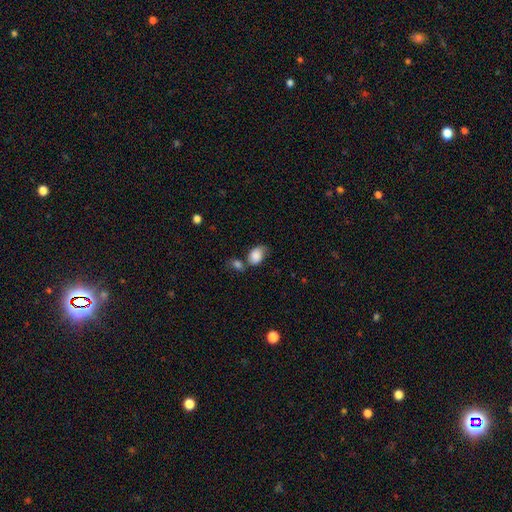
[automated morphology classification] Overall: smooth (85%). How rounded: in between (82%). Merging: none (40%; merger 25%).